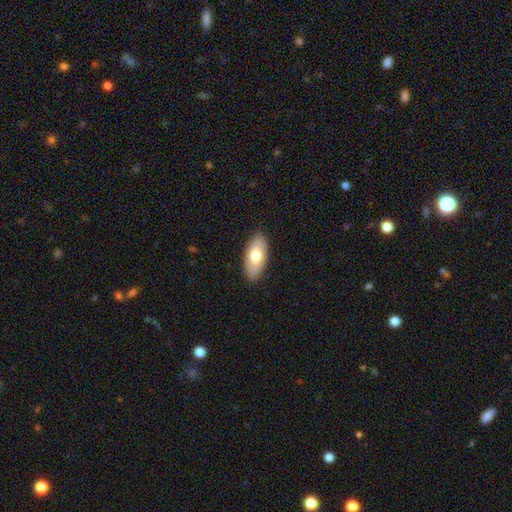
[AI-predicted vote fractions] Q: Smooth or featured?
A: smooth (71%); runner-up: featured or disk (23%)
Q: How rounded?
A: in between (90%); runner-up: cigar-shaped (7%)
Q: Merging?
A: none (88%); runner-up: minor disturbance (9%)